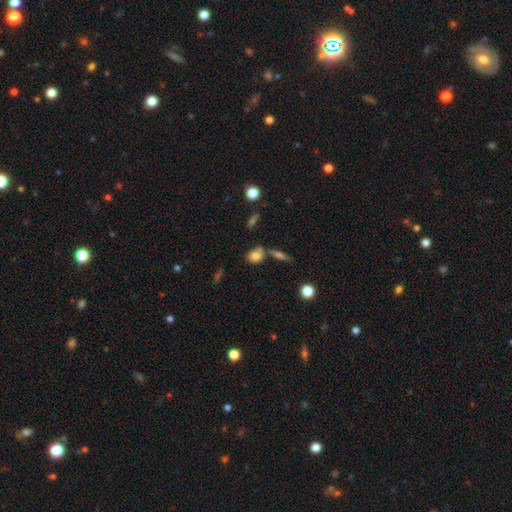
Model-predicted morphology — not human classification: Q: Smooth or featured?
A: smooth (78%); runner-up: featured or disk (12%)
Q: How rounded?
A: round (53%); runner-up: in between (43%)
Q: Merging?
A: none (63%); runner-up: merger (20%)